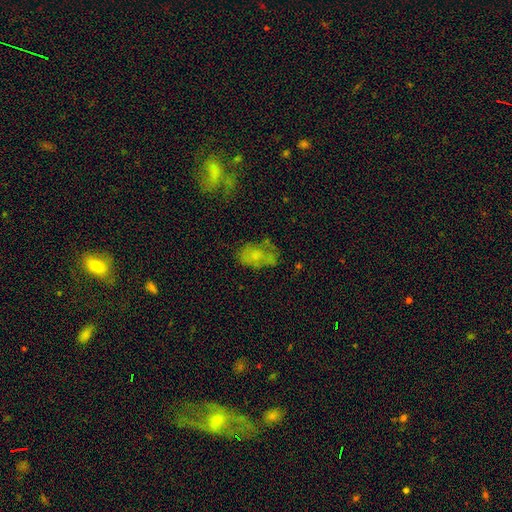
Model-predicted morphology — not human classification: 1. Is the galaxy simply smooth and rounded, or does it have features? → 56% smooth, 31% featured or disk, 12% star or artifact.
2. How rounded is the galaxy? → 85% in between, 12% round, 2% cigar-shaped.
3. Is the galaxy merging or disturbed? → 43% none, 26% minor disturbance, 23% major disturbance, 9% merger.